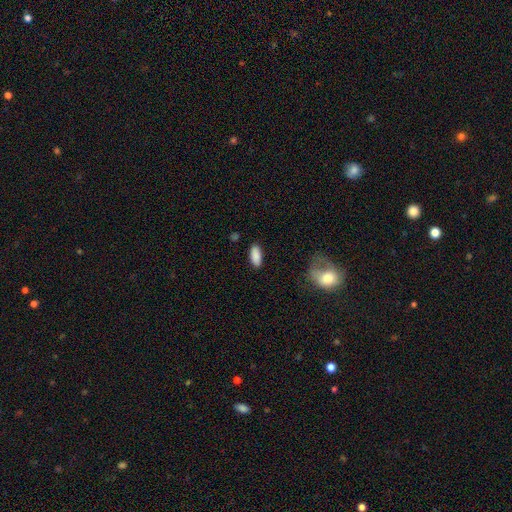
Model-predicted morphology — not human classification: Smooth or featured?
  - smooth: 88% *
  - star or artifact: 7%
  - featured or disk: 5%
How rounded?
  - in between: 83% *
  - cigar-shaped: 15%
  - round: 2%
Merging?
  - none: 85% *
  - minor disturbance: 10%
  - major disturbance: 3%
  - merger: 2%